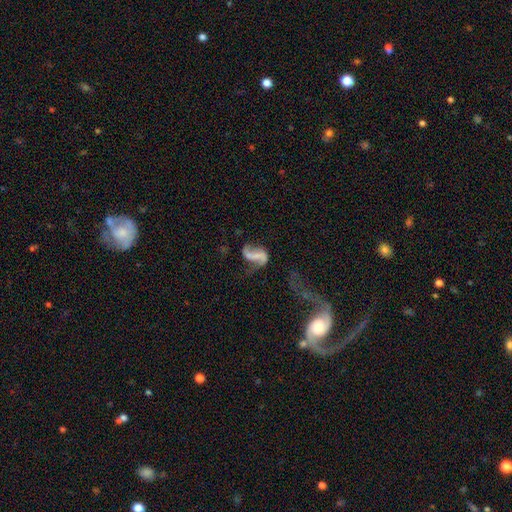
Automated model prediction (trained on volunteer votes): The model was most divided on "bar": strong: 42%, weak: 31%, no: 27%. Remaining: edge-on disk — no (97%); spiral arm count — 2 (84%); spiral arms — yes (83%); spiral winding — loose (76%); smooth or featured — featured or disk (73%); bulge size — none (62%); merging — none (41%).